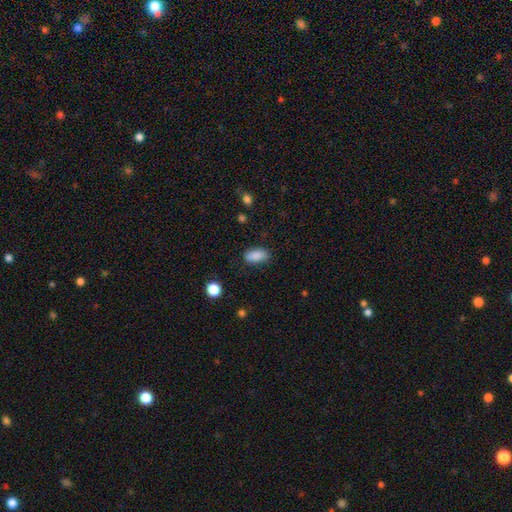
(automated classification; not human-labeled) Morphology: type=smooth (87%); roundness=in between (90%); merging=none (83%).